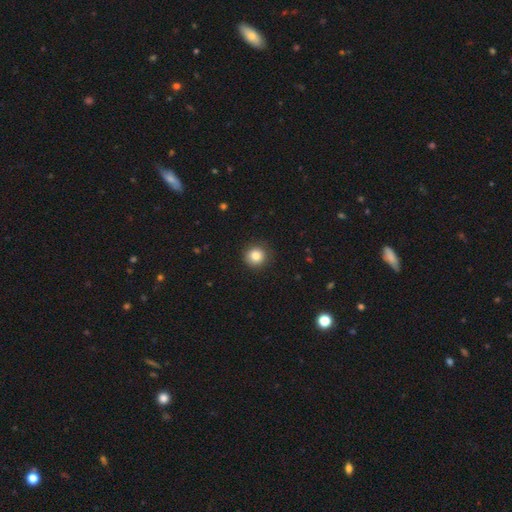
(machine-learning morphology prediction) Smooth or featured? smooth (84%)
How rounded? round (93%)
Merging? none (89%)